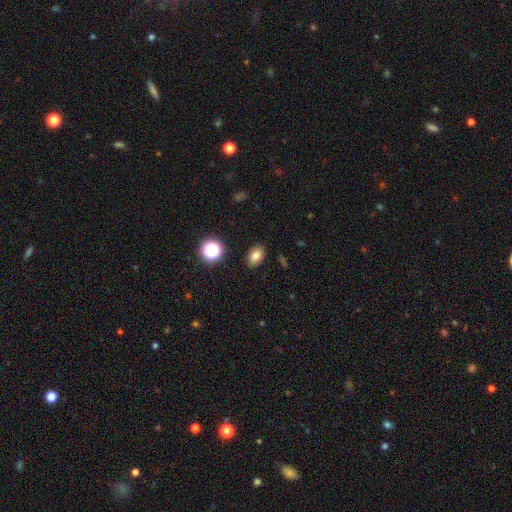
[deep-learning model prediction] Morphology: type=smooth (78%); roundness=in between (82%); merging=none (87%).